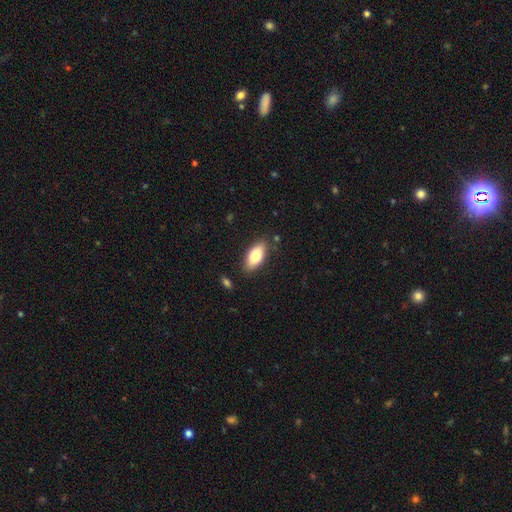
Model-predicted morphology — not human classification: Smooth or featured?
  - smooth: 79% *
  - featured or disk: 15%
  - star or artifact: 7%
How rounded?
  - in between: 87% *
  - cigar-shaped: 10%
  - round: 3%
Merging?
  - none: 83% *
  - minor disturbance: 12%
  - major disturbance: 3%
  - merger: 2%